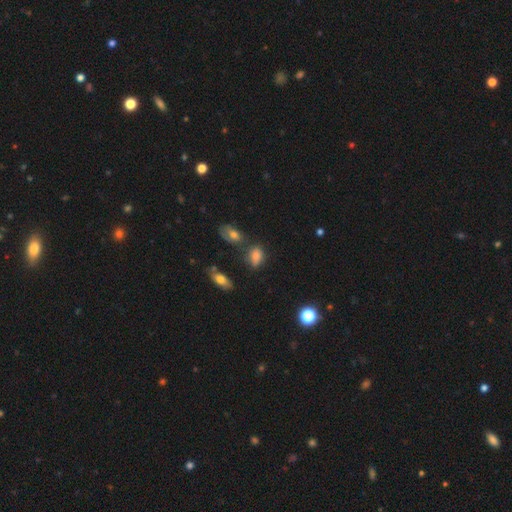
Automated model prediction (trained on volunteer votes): A smooth galaxy with no disk features (76%) that is in between round and cigar-shaped (82%). Merging: none (62%).